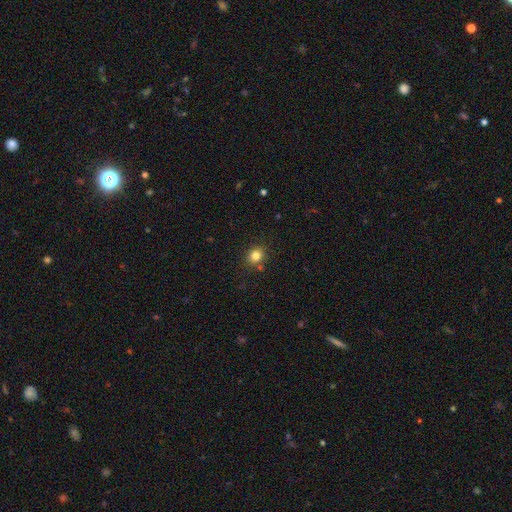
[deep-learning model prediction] Q: Smooth or featured?
A: smooth (81%); runner-up: star or artifact (13%)
Q: How rounded?
A: round (78%); runner-up: in between (21%)
Q: Merging?
A: none (82%); runner-up: minor disturbance (10%)